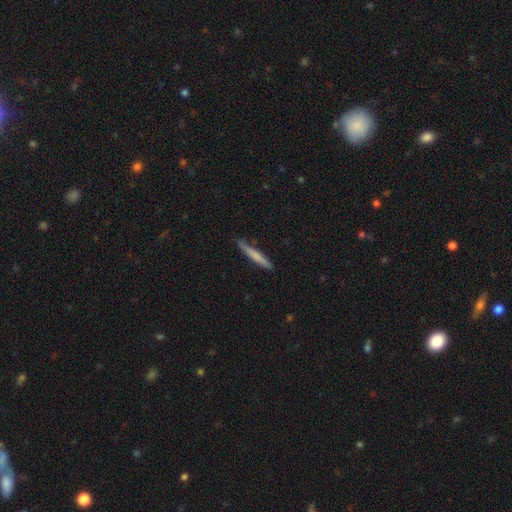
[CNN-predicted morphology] The model was most divided on "smooth or featured": smooth: 64%, featured or disk: 31%, star or artifact: 5%. More confident: how rounded — cigar-shaped (96%); merging — none (82%).